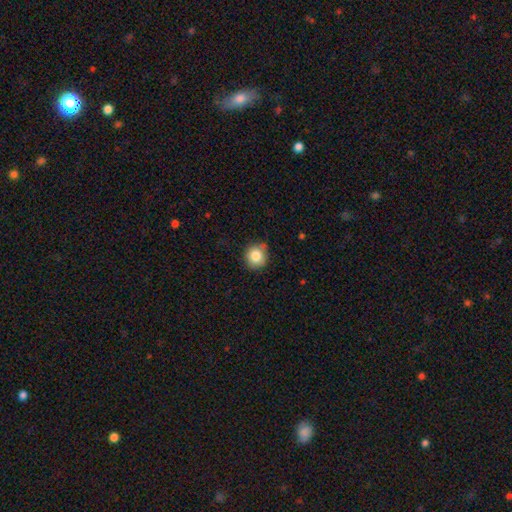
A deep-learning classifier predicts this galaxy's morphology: Smooth or featured? smooth (83%)
How rounded? round (87%)
Merging? none (75%)